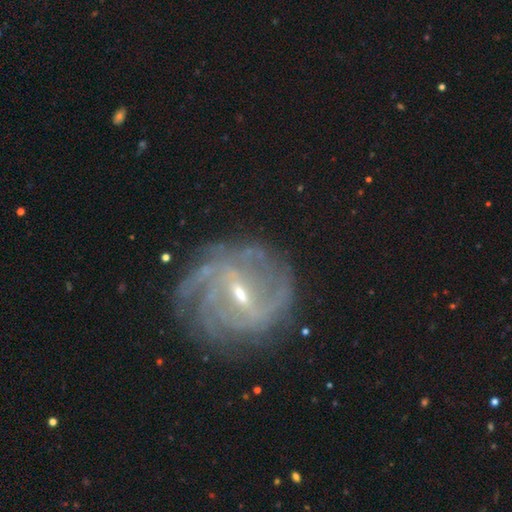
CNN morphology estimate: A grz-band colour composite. It shows a featured or disk galaxy (85%) with a weak bar (49%), tight (55%) spiral arms (94%) and a small central bulge (61%). Merging: none (70%).